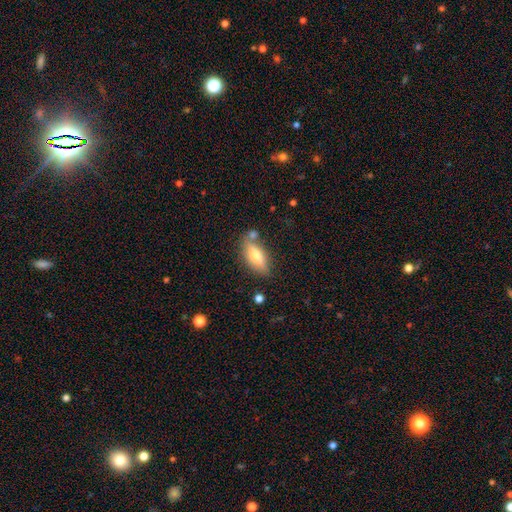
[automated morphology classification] Smooth or featured: smooth — 65% (featured or disk — 28%)
How rounded: in between — 72% (cigar-shaped — 25%)
Merging: none — 71% (minor disturbance — 15%)